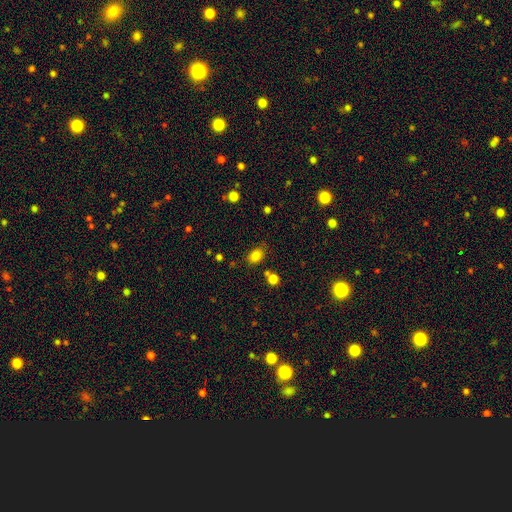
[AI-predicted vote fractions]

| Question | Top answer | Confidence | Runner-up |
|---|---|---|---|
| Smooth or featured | smooth | 82% | star or artifact (12%) |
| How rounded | in between | 69% | round (30%) |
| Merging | none | 74% | minor disturbance (15%) |